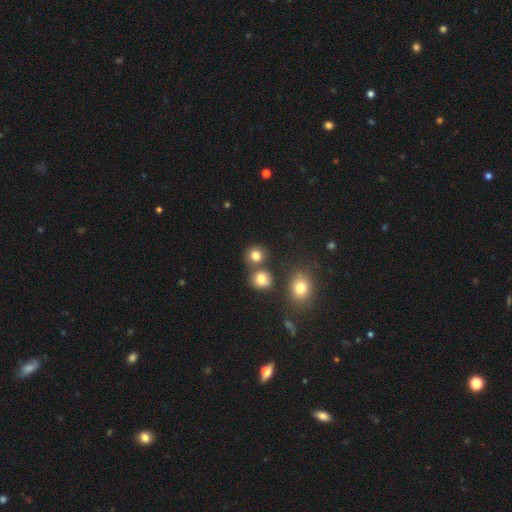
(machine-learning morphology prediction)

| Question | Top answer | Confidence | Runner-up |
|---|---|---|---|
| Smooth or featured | smooth | 80% | star or artifact (13%) |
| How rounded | round | 84% | in between (15%) |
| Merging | none | 70% | merger (18%) |